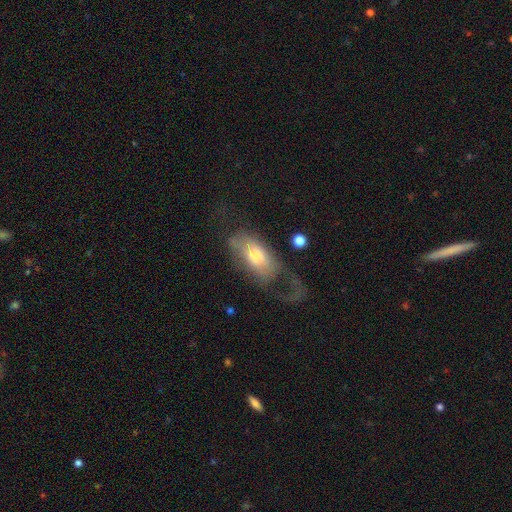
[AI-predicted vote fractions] Smooth or featured?
  - smooth: 54% *
  - featured or disk: 38%
  - star or artifact: 8%
How rounded?
  - in between: 88% *
  - cigar-shaped: 8%
  - round: 5%
Merging?
  - major disturbance: 55% *
  - none: 23%
  - minor disturbance: 18%
  - merger: 4%